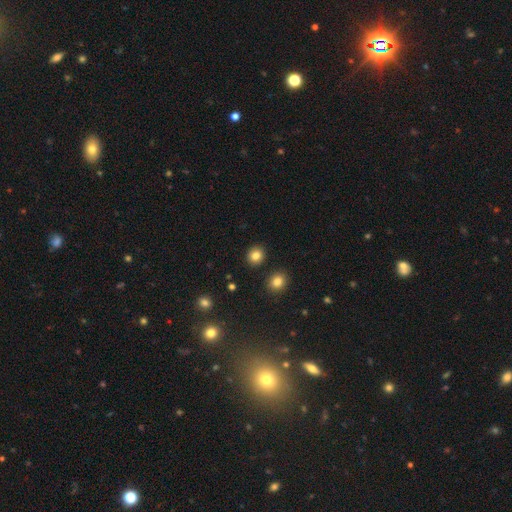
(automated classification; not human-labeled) Smooth or featured?
  - smooth: 83% *
  - star or artifact: 11%
  - featured or disk: 6%
How rounded?
  - round: 83% *
  - in between: 16%
  - cigar-shaped: 1%
Merging?
  - none: 90% *
  - minor disturbance: 5%
  - merger: 3%
  - major disturbance: 2%